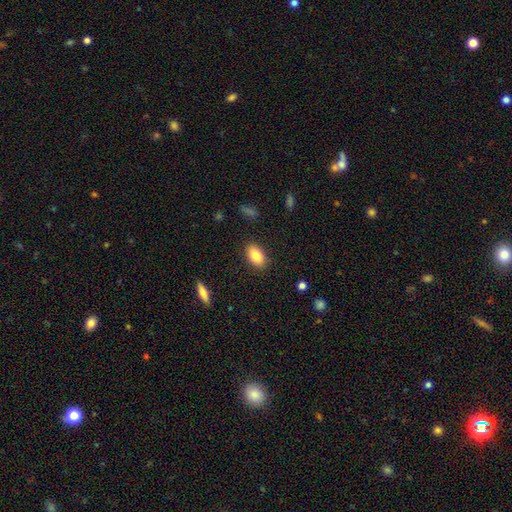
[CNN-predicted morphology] Q: Smooth or featured?
A: smooth (83%); runner-up: featured or disk (9%)
Q: How rounded?
A: in between (90%); runner-up: round (7%)
Q: Merging?
A: none (88%); runner-up: minor disturbance (9%)